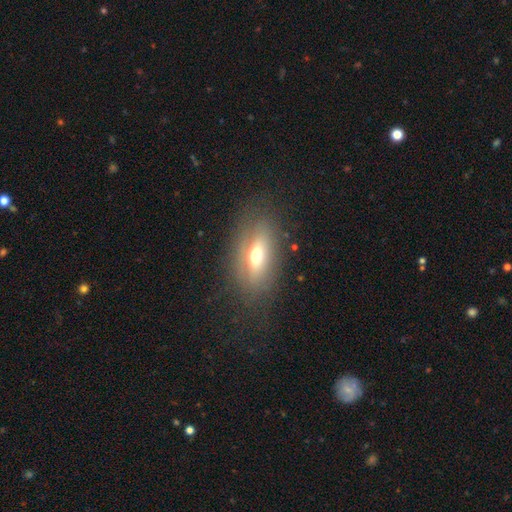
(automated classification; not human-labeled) A smooth galaxy with no disk features (55%) that is in between round and cigar-shaped (78%). Merging: none (75%).